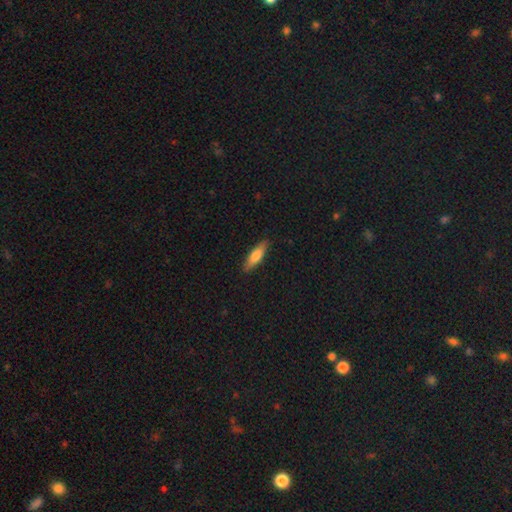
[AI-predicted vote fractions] smooth-or-featured: smooth: 72% | featured or disk: 22% | star or artifact: 6%
  how-rounded: cigar-shaped: 60% | in between: 38% | round: 2%
  merging: none: 88% | minor disturbance: 9% | major disturbance: 2% | merger: 1%